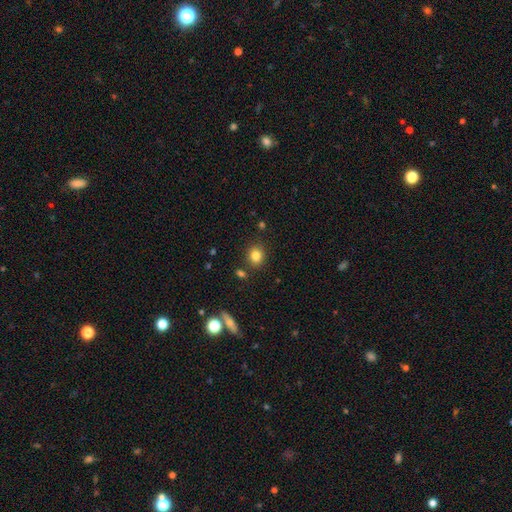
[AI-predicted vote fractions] smooth_or_featured: smooth (p=0.82) [alt: star or artifact p=0.12]
how_rounded: round (p=0.73) [alt: in between p=0.26]
merging: none (p=0.84) [alt: minor disturbance p=0.08]